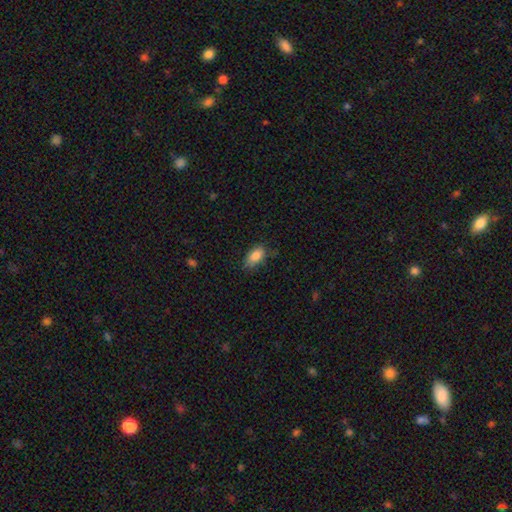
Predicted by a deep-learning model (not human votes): This appears to be a smooth galaxy with no disk features (83%) that is in between round and cigar-shaped (89%). Merging: none (66%).